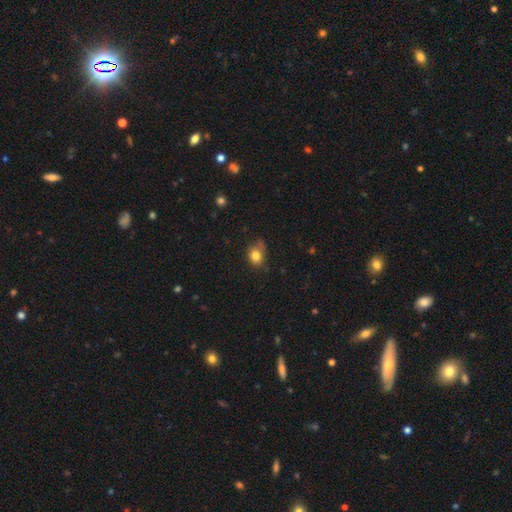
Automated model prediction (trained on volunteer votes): This is clearly a smooth galaxy (80%). How rounded: possibly round (50%). Merging: possibly none (53%).